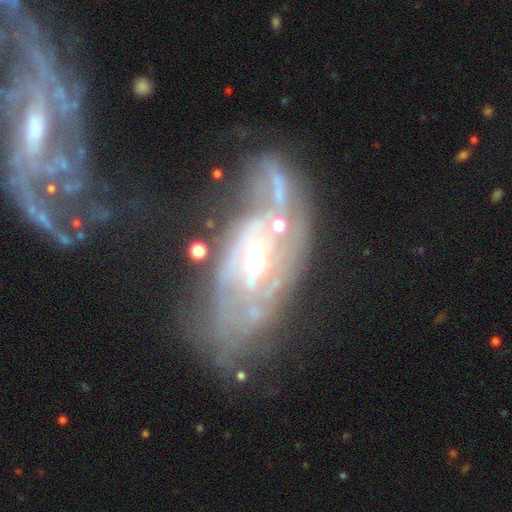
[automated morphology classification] This appears to be a featured or disk galaxy (82%) with no bar (49%), tight (43%) spiral arms (86%) and a small central bulge (57%). Merging: none (38%).